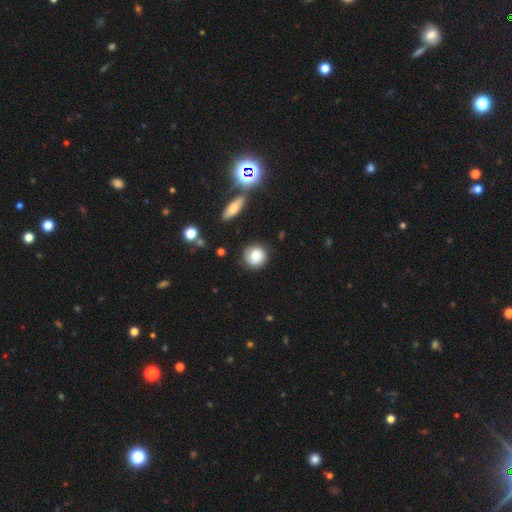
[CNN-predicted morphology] smooth_or_featured: smooth (p=0.69) [alt: featured or disk p=0.23]
how_rounded: round (p=0.88) [alt: in between p=0.11]
merging: none (p=0.77) [alt: minor disturbance p=0.16]